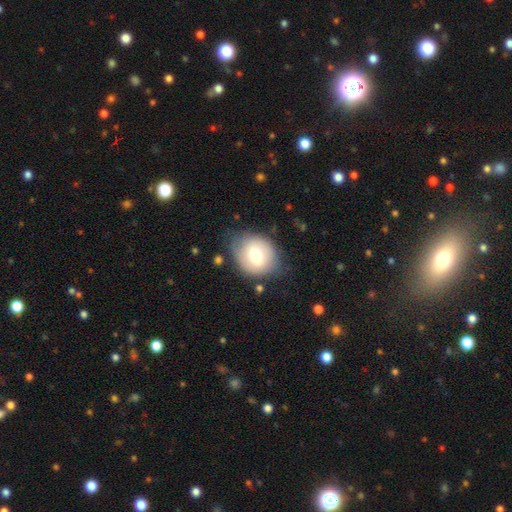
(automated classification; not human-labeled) Smooth or featured: smooth — 67% (featured or disk — 25%)
How rounded: round — 59% (in between — 40%)
Merging: none — 71% (minor disturbance — 20%)